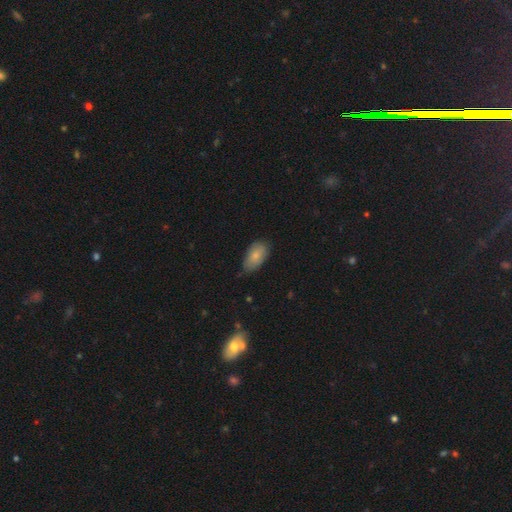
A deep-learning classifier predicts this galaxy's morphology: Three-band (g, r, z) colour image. It shows a smooth galaxy with no disk features (79%) that is in between round and cigar-shaped (93%). Merging: none (66%).